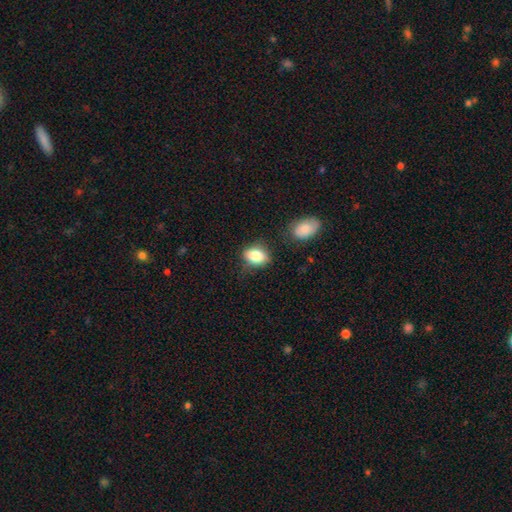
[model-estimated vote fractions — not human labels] Smooth or featured?
  - smooth: 83% *
  - featured or disk: 9%
  - star or artifact: 8%
How rounded?
  - in between: 72% *
  - round: 26%
  - cigar-shaped: 2%
Merging?
  - none: 73% *
  - minor disturbance: 18%
  - major disturbance: 4%
  - merger: 4%